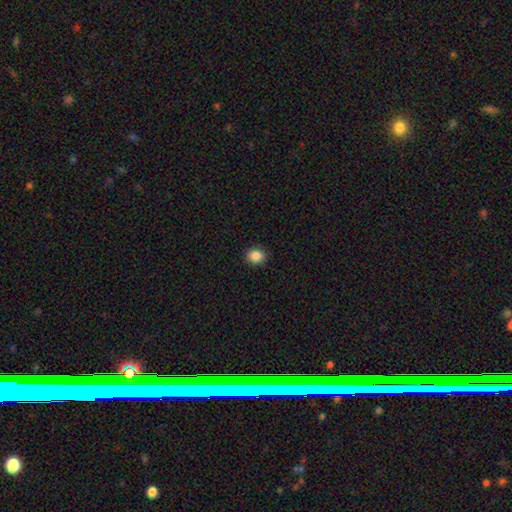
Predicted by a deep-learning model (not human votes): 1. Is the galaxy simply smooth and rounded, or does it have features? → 87% smooth, 9% star or artifact, 4% featured or disk.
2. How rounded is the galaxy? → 56% round, 43% in between, 1% cigar-shaped.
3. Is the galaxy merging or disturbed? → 90% none, 7% minor disturbance, 2% major disturbance, 1% merger.